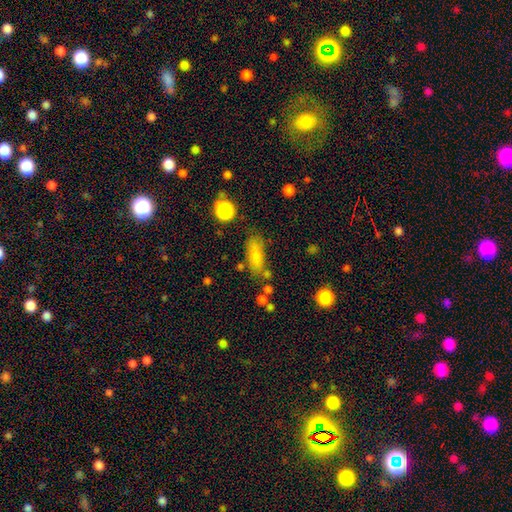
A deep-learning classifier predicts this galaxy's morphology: smooth-or-featured: smooth: 77% | featured or disk: 13% | star or artifact: 10%
  how-rounded: in between: 71% | cigar-shaped: 24% | round: 5%
  merging: none: 65% | minor disturbance: 19% | merger: 9% | major disturbance: 7%